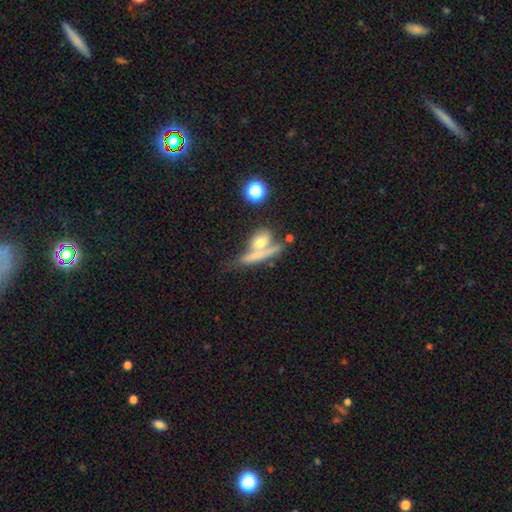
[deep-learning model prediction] The model was most divided on "merging": none: 46%, merger: 35%, minor disturbance: 12%, major disturbance: 8%. More confident: smooth or featured — smooth (53%); how rounded — cigar-shaped (51%).